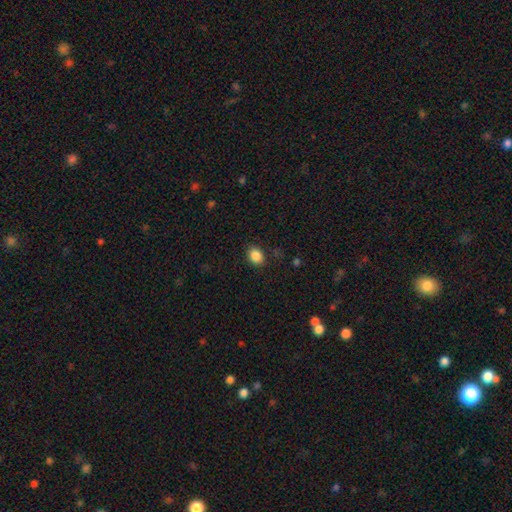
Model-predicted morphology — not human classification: The model was most divided on "how rounded": in between: 57%, round: 42%, cigar-shaped: 1%. More confident: smooth or featured — smooth (87%); merging — none (85%).